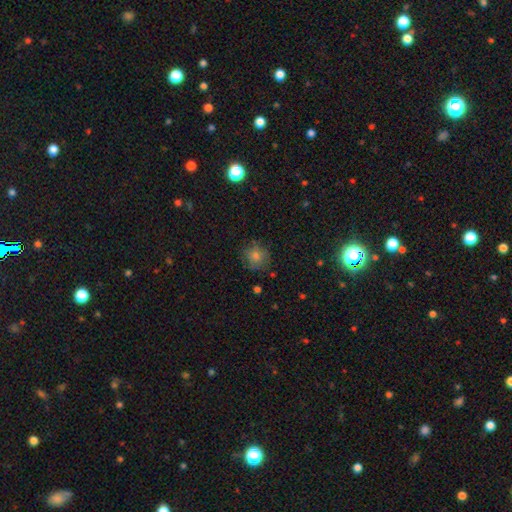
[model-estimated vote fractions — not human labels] Smooth or featured?
  - smooth: 60% *
  - star or artifact: 24%
  - featured or disk: 16%
How rounded?
  - round: 90% *
  - in between: 9%
  - cigar-shaped: 1%
Merging?
  - none: 82% *
  - minor disturbance: 13%
  - major disturbance: 4%
  - merger: 1%